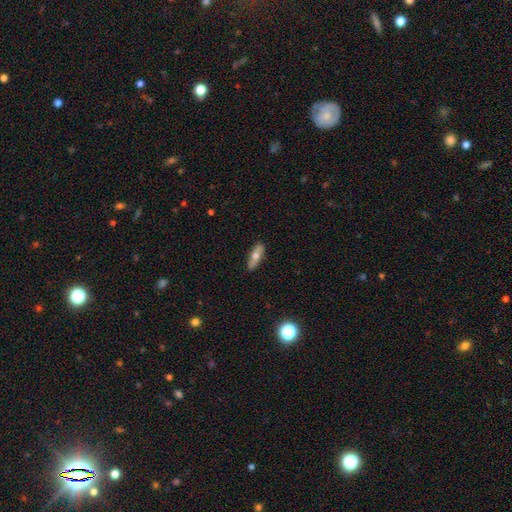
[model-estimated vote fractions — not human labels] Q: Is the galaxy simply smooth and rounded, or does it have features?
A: smooth — 56%.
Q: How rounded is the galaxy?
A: in between — 50%.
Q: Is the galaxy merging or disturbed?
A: none — 87%.